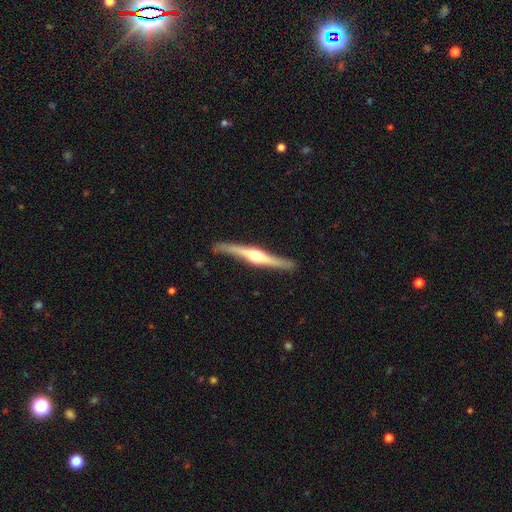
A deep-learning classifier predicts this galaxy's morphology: The model was most divided on "smooth or featured": featured or disk: 79%, smooth: 17%, star or artifact: 4%. More confident: edge-on disk — yes (97%); edge-on bulge — rounded (91%); merging — none (86%).